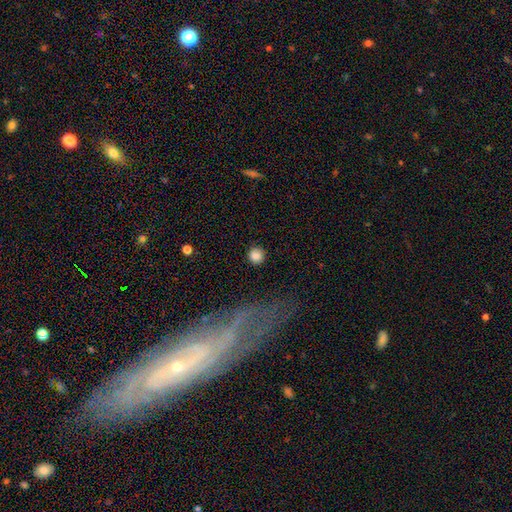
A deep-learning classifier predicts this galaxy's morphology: The model was most divided on "smooth or featured": smooth: 86%, star or artifact: 10%, featured or disk: 5%. More confident: how rounded — round (95%); merging — none (91%).